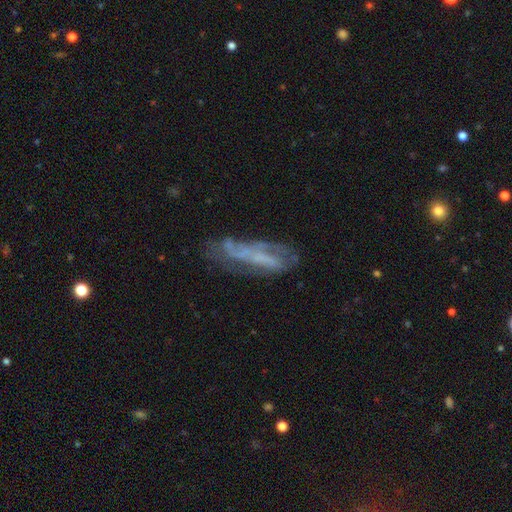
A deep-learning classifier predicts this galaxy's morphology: This appears to be a featured or disk galaxy (64%). Merging: none (51%).